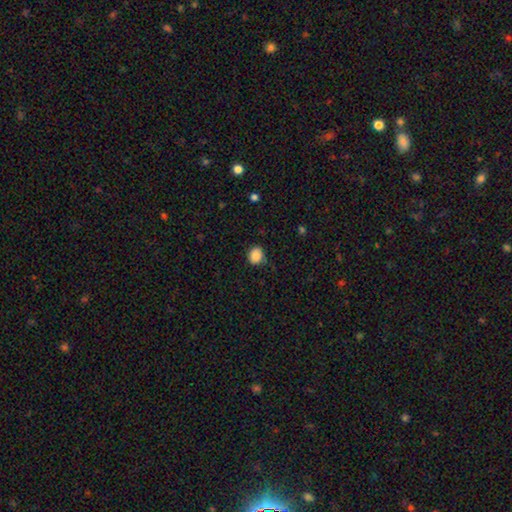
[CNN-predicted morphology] Q: Smooth or featured?
A: smooth (87%); runner-up: star or artifact (9%)
Q: How rounded?
A: round (65%); runner-up: in between (34%)
Q: Merging?
A: none (81%); runner-up: minor disturbance (14%)